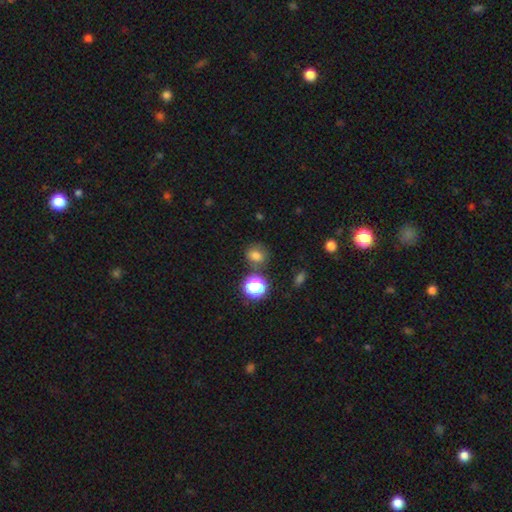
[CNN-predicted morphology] Smooth or featured: smooth — 73% (star or artifact — 19%)
How rounded: round — 55% (in between — 44%)
Merging: none — 73% (minor disturbance — 15%)